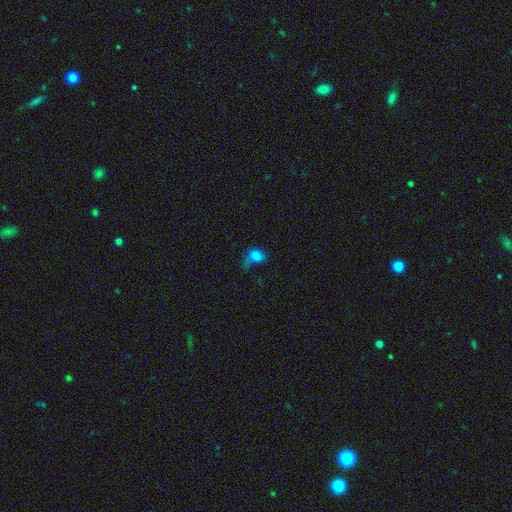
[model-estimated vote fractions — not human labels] Smooth or featured: smooth — 74% (featured or disk — 14%)
How rounded: in between — 62% (round — 37%)
Merging: major disturbance — 44% (none — 26%)